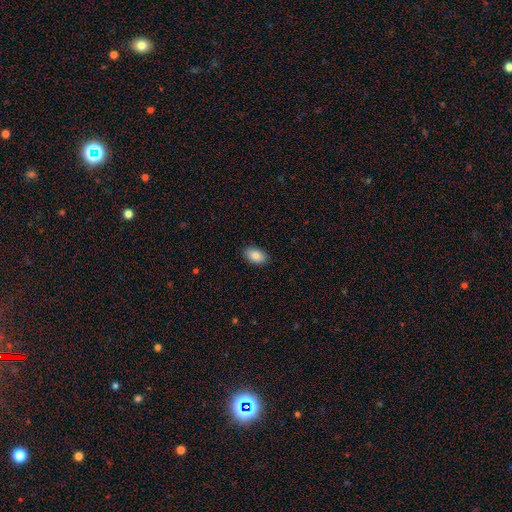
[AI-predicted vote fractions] Q: Smooth or featured?
A: smooth (88%); runner-up: star or artifact (7%)
Q: How rounded?
A: in between (93%); runner-up: round (6%)
Q: Merging?
A: none (89%); runner-up: minor disturbance (8%)